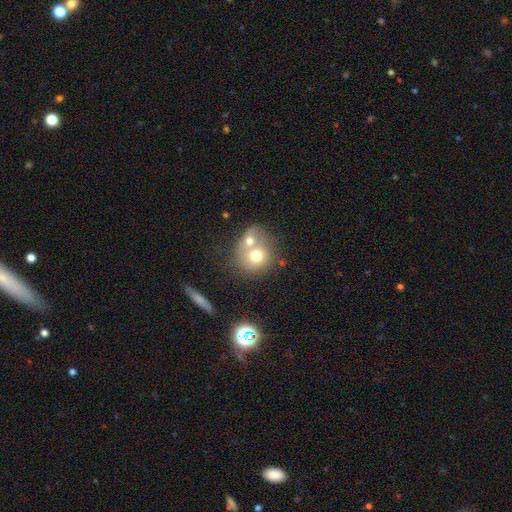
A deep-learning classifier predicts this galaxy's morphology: Overall: smooth (67%). How rounded: round (77%). Merging: merger (64%; none 25%).